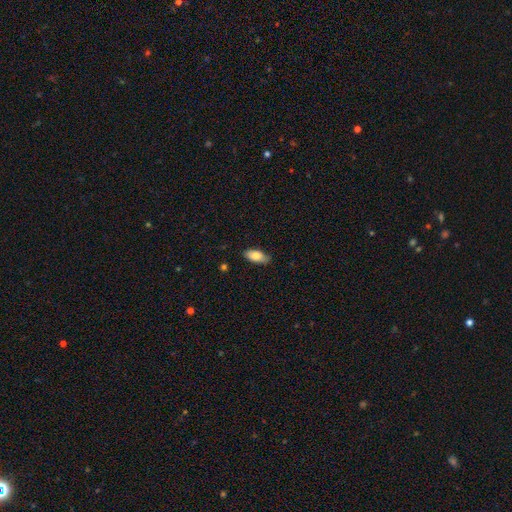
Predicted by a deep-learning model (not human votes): Q: Smooth or featured?
A: smooth (79%); runner-up: featured or disk (14%)
Q: How rounded?
A: in between (89%); runner-up: cigar-shaped (8%)
Q: Merging?
A: none (84%); runner-up: minor disturbance (13%)